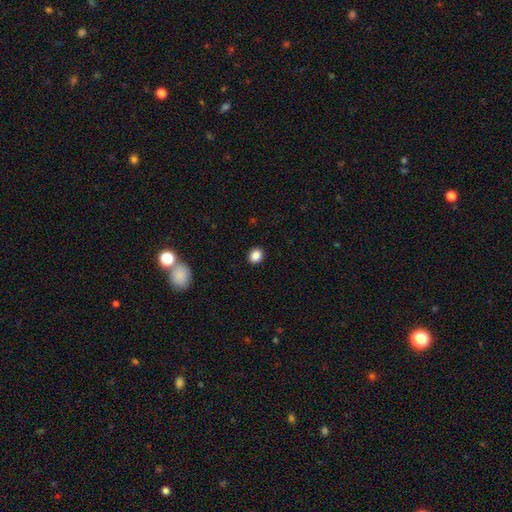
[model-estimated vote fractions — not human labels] Smooth or featured? Predicted: smooth (p=0.88). How rounded? Predicted: round (p=0.70). Merging? Predicted: none (p=0.92).